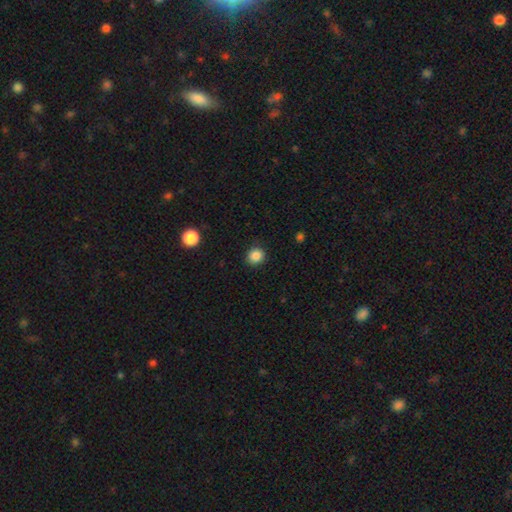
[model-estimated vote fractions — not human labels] This appears to be a smooth galaxy with no disk features (86%) that is round (87%). Merging: none (88%).